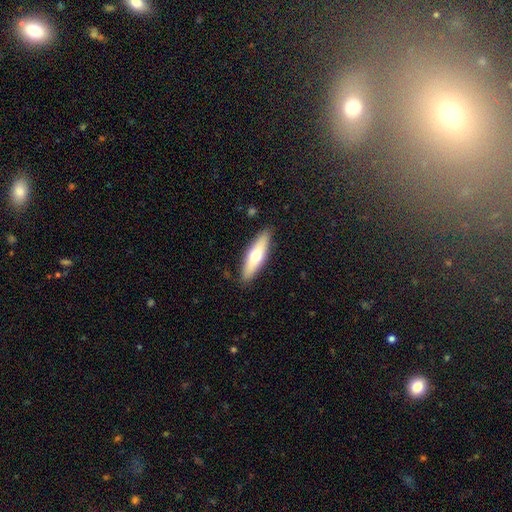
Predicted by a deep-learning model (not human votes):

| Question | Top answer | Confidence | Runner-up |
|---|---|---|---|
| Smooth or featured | smooth | 60% | featured or disk (34%) |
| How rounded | cigar-shaped | 60% | in between (38%) |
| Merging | none | 88% | minor disturbance (9%) |